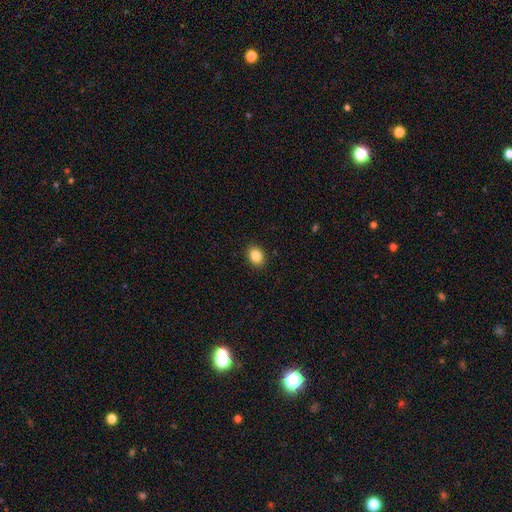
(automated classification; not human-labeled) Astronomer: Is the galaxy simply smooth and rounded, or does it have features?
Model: smooth — 86%.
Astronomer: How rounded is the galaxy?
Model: in between — 64%.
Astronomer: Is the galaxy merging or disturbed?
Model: none — 90%.